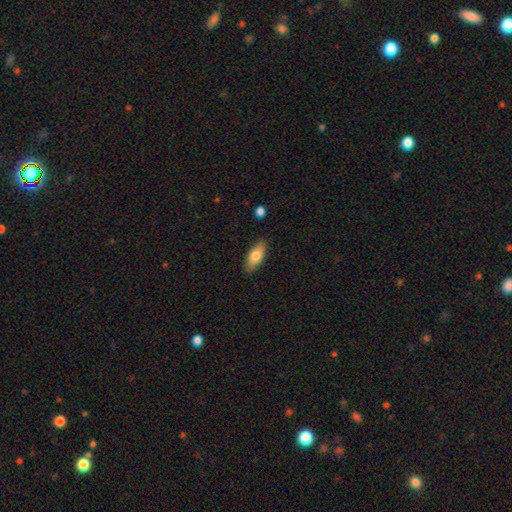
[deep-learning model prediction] Morphology: type=smooth (76%); roundness=in between (83%); merging=none (86%).